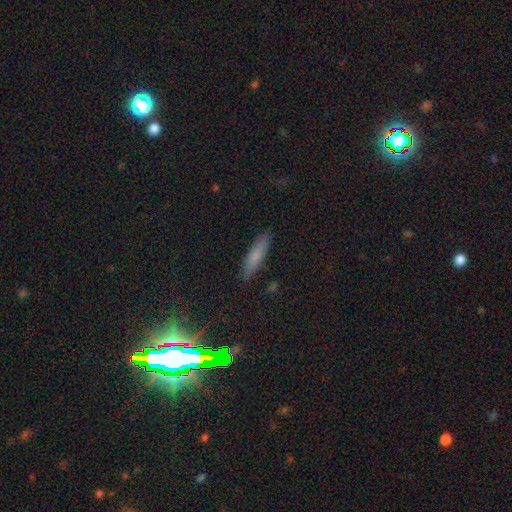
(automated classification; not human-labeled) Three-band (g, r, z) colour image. It shows a smooth galaxy with no disk features (68%) that is cigar-shaped (78%). Merging: none (88%).